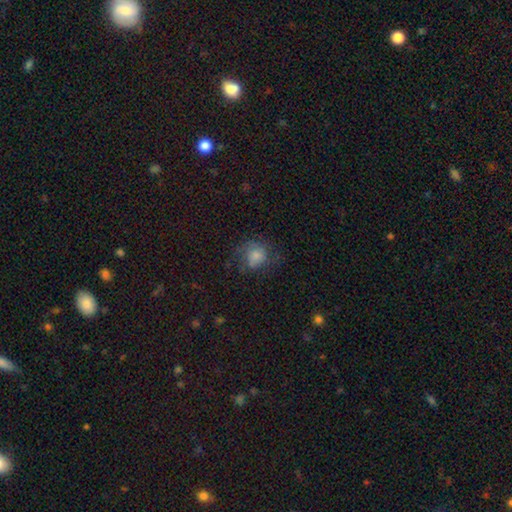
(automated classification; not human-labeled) Overall: smooth (64%; featured or disk 26%). How rounded: round (73%). Merging: none (50%; minor disturbance 25%).